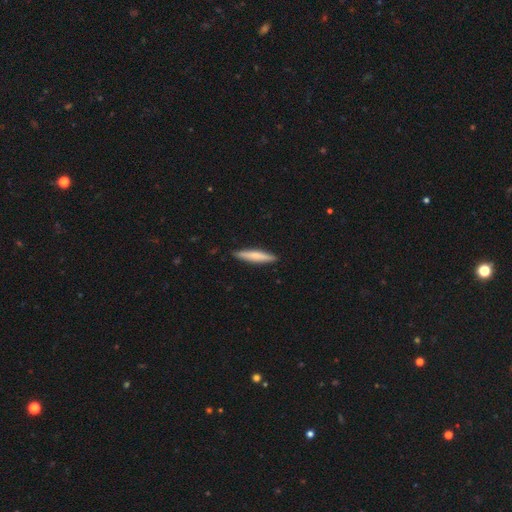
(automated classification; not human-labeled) smooth-or-featured: smooth: 68% | featured or disk: 27% | star or artifact: 5%
  how-rounded: cigar-shaped: 91% | in between: 7% | round: 1%
  merging: none: 90% | minor disturbance: 7% | major disturbance: 1% | merger: 1%